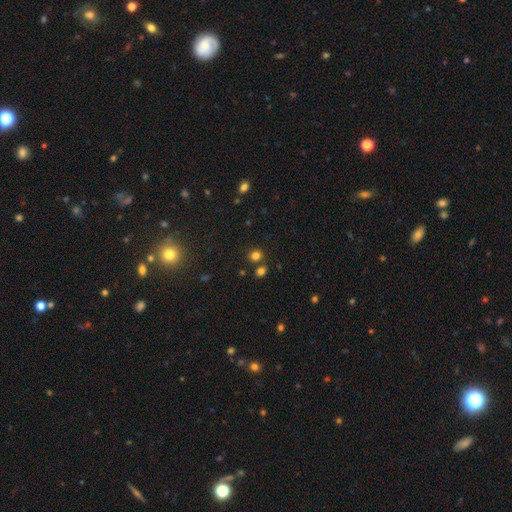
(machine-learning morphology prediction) smooth_or_featured: smooth (p=0.77) [alt: star or artifact p=0.17]
how_rounded: round (p=0.77) [alt: in between p=0.22]
merging: none (p=0.73) [alt: merger p=0.16]